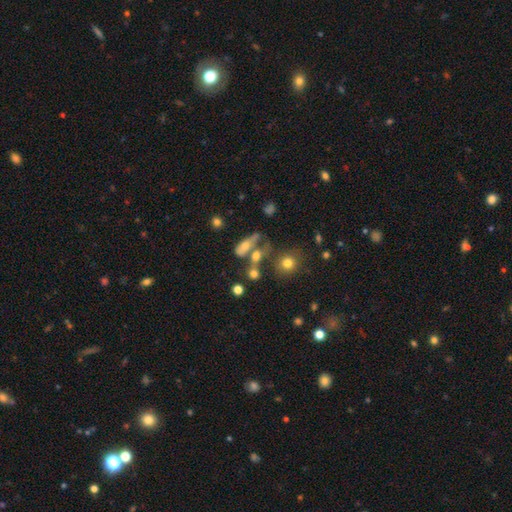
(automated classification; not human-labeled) Smooth or featured: smooth — 55% (featured or disk — 30%)
How rounded: in between — 57% (cigar-shaped — 22%)
Merging: merger — 37% (none — 34%)